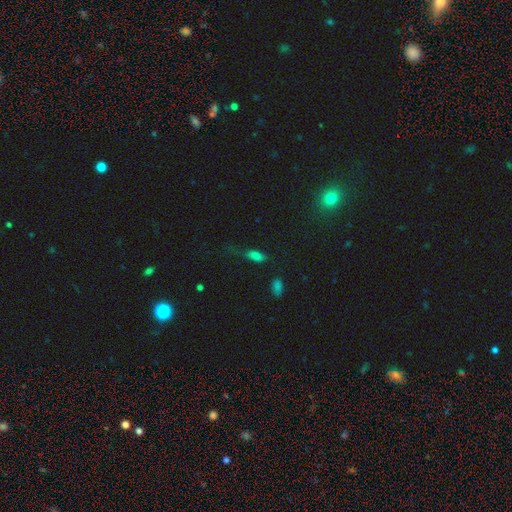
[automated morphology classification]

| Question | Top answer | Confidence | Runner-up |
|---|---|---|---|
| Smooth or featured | smooth | 71% | star or artifact (17%) |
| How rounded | in between | 75% | cigar-shaped (20%) |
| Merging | none | 45% | minor disturbance (28%) |